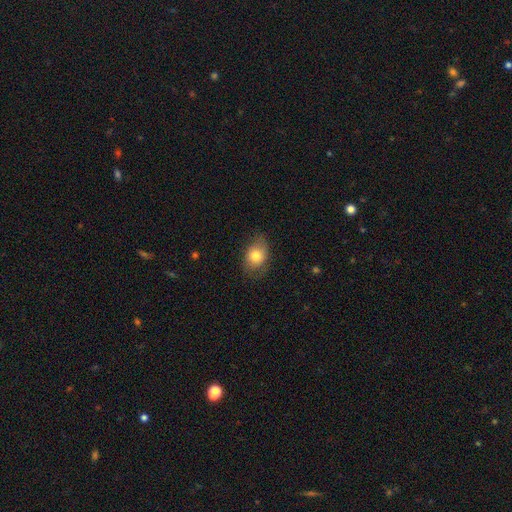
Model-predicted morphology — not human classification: Smooth or featured: smooth — 79% (featured or disk — 13%)
How rounded: in between — 68% (round — 30%)
Merging: none — 74% (minor disturbance — 20%)